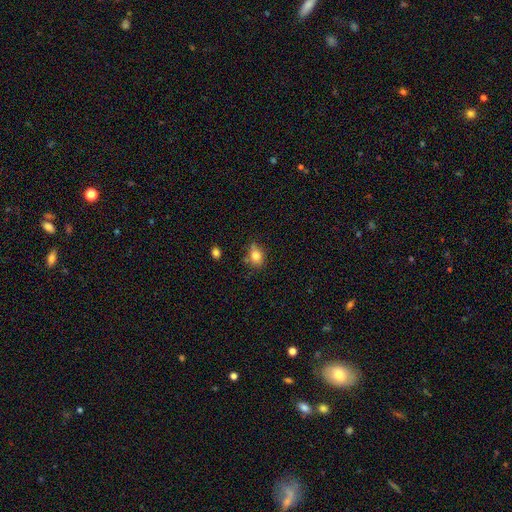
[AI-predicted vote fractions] This is likely a smooth galaxy (79%). How rounded: possibly in between (53%). Merging: likely none (64%).